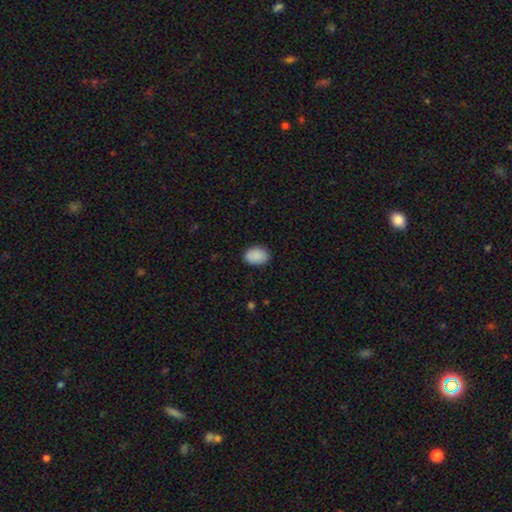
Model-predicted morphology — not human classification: Smooth or featured? Predicted: smooth (p=0.90). How rounded? Predicted: in between (p=0.76). Merging? Predicted: none (p=0.87).